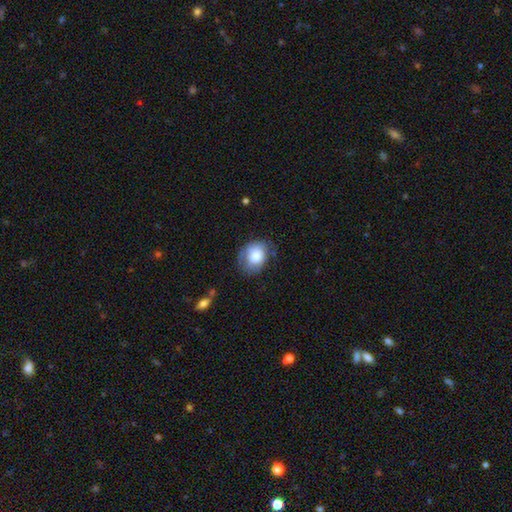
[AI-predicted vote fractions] Q: Smooth or featured?
A: smooth (73%); runner-up: featured or disk (20%)
Q: How rounded?
A: in between (55%); runner-up: round (45%)
Q: Merging?
A: none (53%); runner-up: minor disturbance (32%)